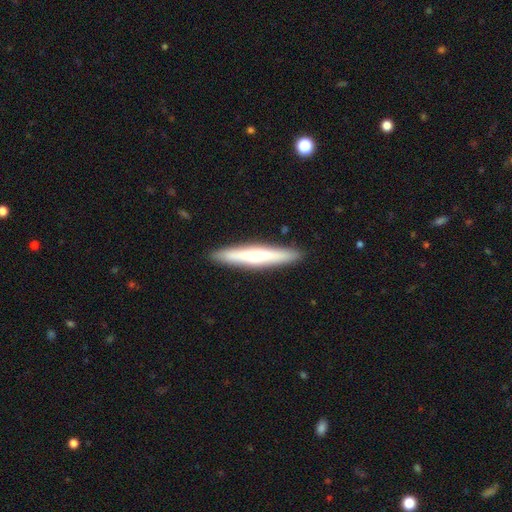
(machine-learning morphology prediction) Smooth or featured?
  - smooth: 53% *
  - featured or disk: 42%
  - star or artifact: 5%
How rounded?
  - cigar-shaped: 92% *
  - in between: 6%
  - round: 1%
Merging?
  - none: 91% *
  - minor disturbance: 7%
  - major disturbance: 1%
  - merger: 1%